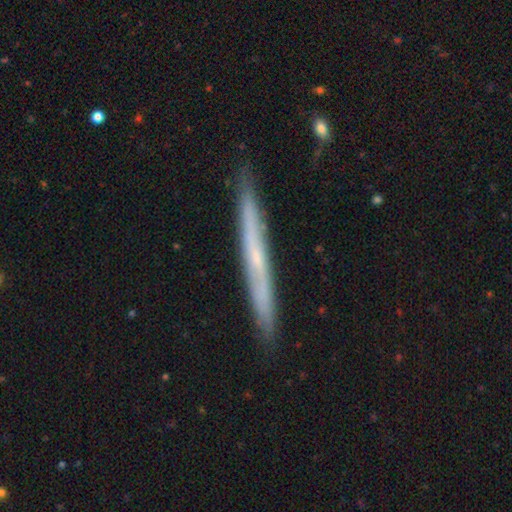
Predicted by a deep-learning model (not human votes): This appears to be a featured or disk galaxy (60%) viewed edge-on (94%) with no central bulge (73%). Merging: none (89%).